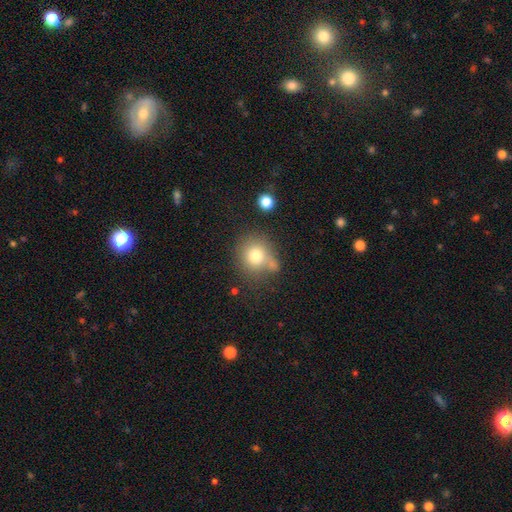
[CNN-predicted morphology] A smooth galaxy with no disk features (75%) that is round (82%).

Vote fractions:
- Smooth or featured? smooth: 75% / featured or disk: 13% / star or artifact: 12%
- How rounded? round: 82% / in between: 16% / cigar-shaped: 1%
- Merging? none: 54% / minor disturbance: 19% / merger: 18% / major disturbance: 10%